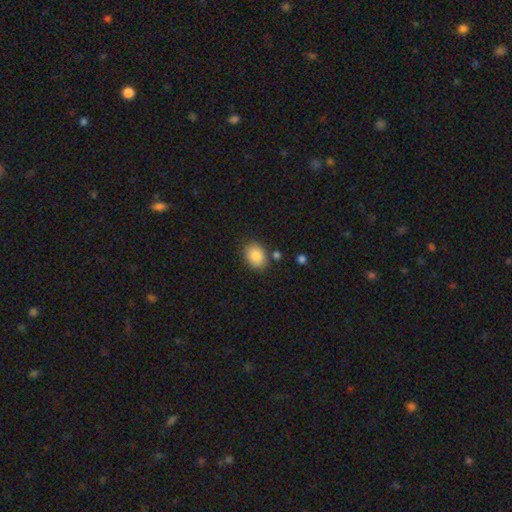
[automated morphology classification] Q: Smooth or featured?
A: smooth (85%); runner-up: star or artifact (8%)
Q: How rounded?
A: in between (60%); runner-up: round (39%)
Q: Merging?
A: none (82%); runner-up: minor disturbance (11%)